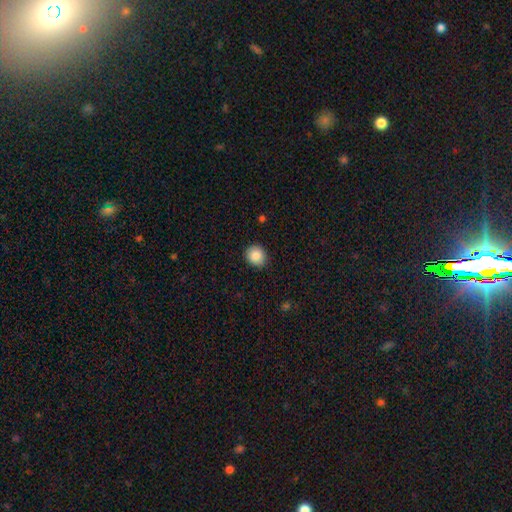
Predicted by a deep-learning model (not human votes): A smooth galaxy with no disk features (86%) that is round (78%). Merging: none (87%).